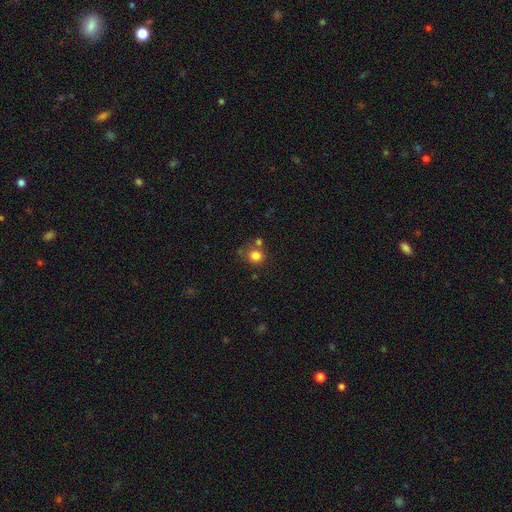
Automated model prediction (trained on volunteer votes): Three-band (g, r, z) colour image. It shows a smooth galaxy with no disk features (81%) that is round (84%). Merging: none (63%).